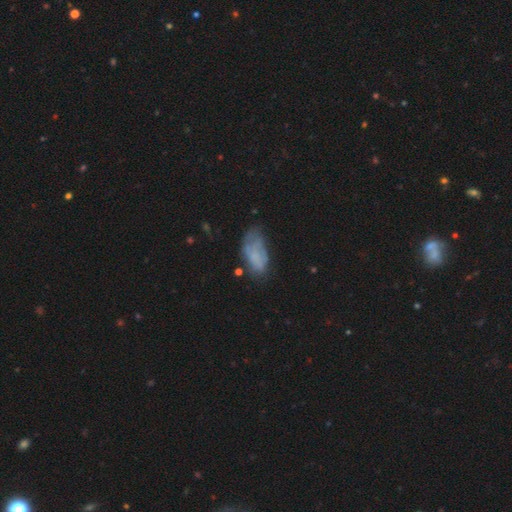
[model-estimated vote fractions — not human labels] This is likely a smooth galaxy (62%). How rounded: clearly in between (91%). Merging: marginally none (42%).